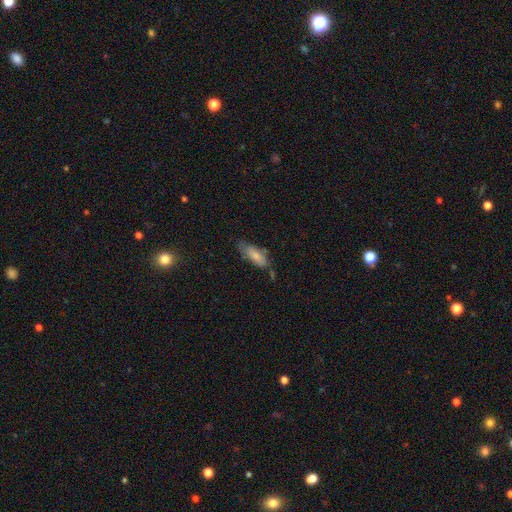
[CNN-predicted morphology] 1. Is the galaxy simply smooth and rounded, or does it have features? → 76% smooth, 17% featured or disk, 7% star or artifact.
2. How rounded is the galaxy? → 64% in between, 34% cigar-shaped, 2% round.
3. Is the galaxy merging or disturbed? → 58% none, 29% minor disturbance, 8% major disturbance, 6% merger.